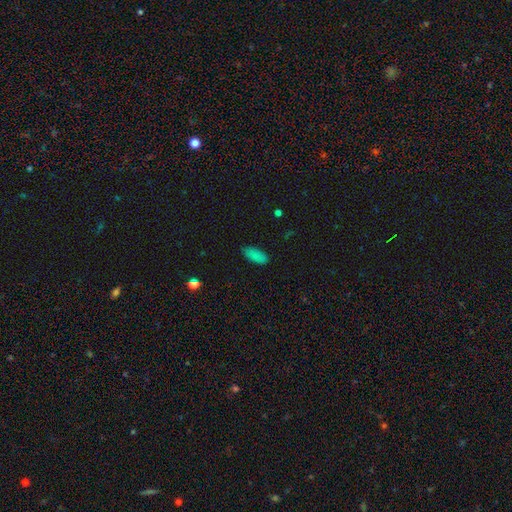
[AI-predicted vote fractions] Overall: smooth (85%). How rounded: in between (85%). Merging: none (82%).